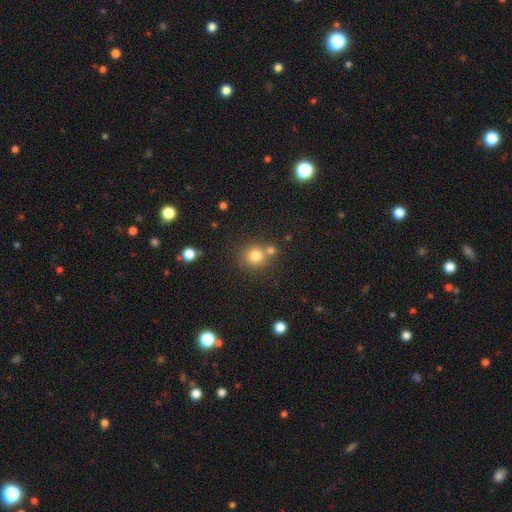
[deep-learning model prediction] Smooth or featured? smooth (78%)
How rounded? round (89%)
Merging? none (62%)